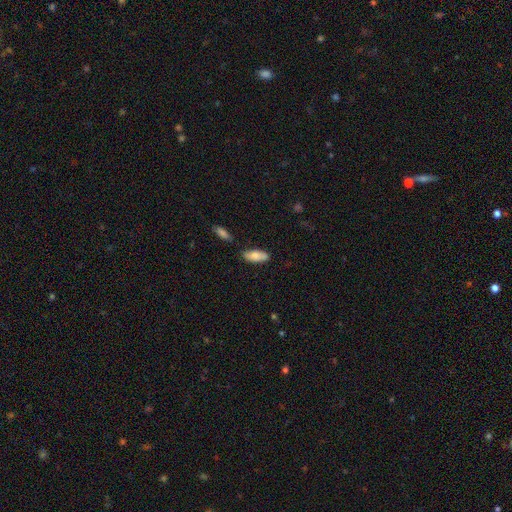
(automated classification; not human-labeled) Smooth or featured? Predicted: smooth (p=0.78). How rounded? Predicted: in between (p=0.77). Merging? Predicted: none (p=0.70).